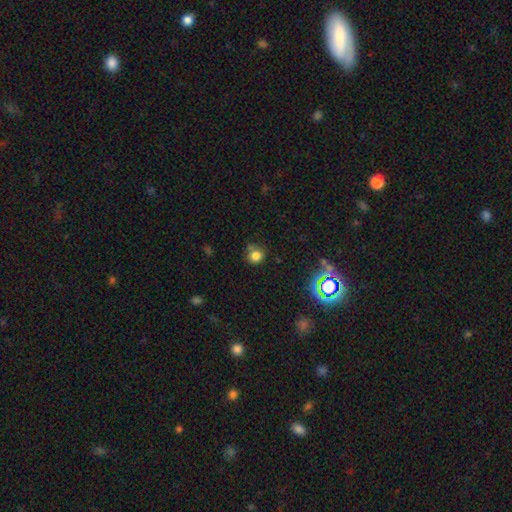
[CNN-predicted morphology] smooth 77%, star or artifact 16%, featured or disk 7%. Down the decision tree: how rounded — round (85%); merging — none (66%).